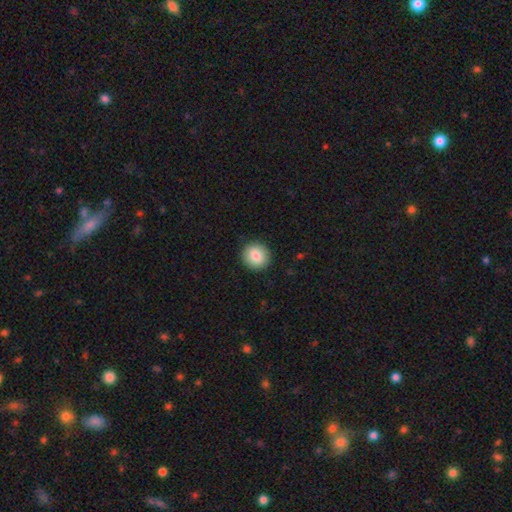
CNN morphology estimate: This is clearly a smooth galaxy (84%). How rounded: clearly round (90%). Merging: clearly none (91%).